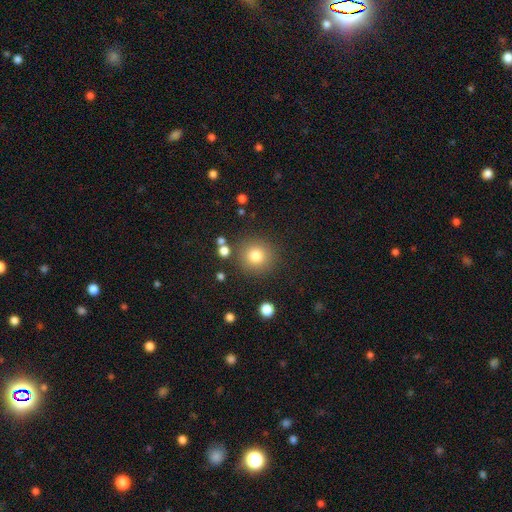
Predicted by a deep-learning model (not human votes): A smooth galaxy with no disk features (81%) that is round (93%).

Vote fractions:
- Smooth or featured? smooth: 81% / star or artifact: 12% / featured or disk: 8%
- How rounded? round: 93% / in between: 6% / cigar-shaped: 1%
- Merging? none: 85% / minor disturbance: 8% / merger: 4% / major disturbance: 3%